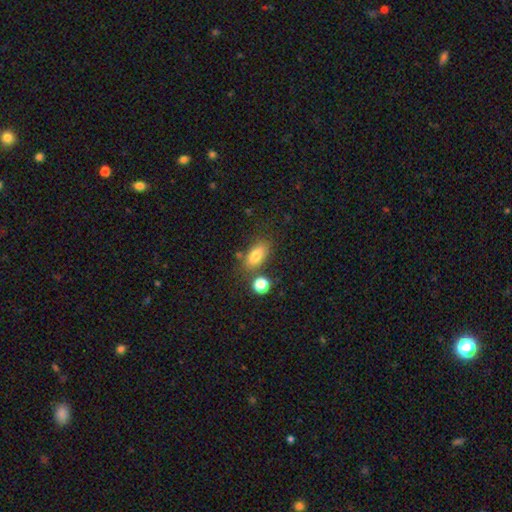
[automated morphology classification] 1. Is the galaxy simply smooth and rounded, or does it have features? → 80% smooth, 11% featured or disk, 10% star or artifact.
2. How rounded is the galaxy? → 84% in between, 8% cigar-shaped, 8% round.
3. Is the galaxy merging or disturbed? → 70% none, 14% minor disturbance, 11% merger, 5% major disturbance.